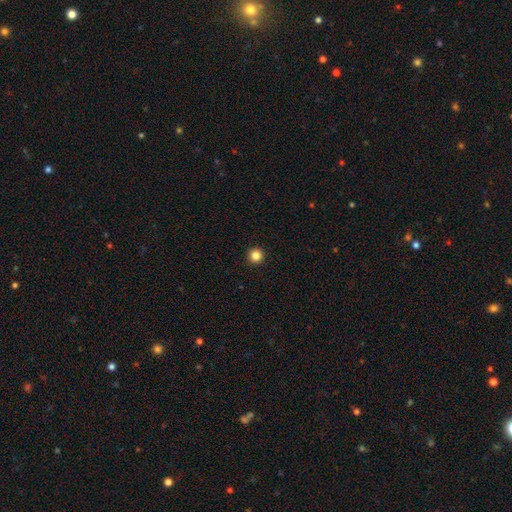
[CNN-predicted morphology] smooth-or-featured: smooth: 85% | star or artifact: 11% | featured or disk: 4%
  how-rounded: round: 96% | in between: 3% | cigar-shaped: 1%
  merging: none: 94% | minor disturbance: 4% | major disturbance: 1% | merger: 1%